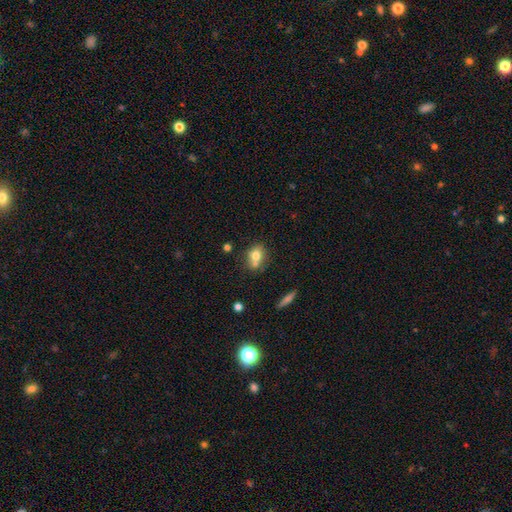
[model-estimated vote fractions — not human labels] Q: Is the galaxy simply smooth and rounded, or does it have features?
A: smooth — 72%.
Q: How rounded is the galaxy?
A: in between — 49%.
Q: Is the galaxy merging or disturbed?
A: none — 52%.